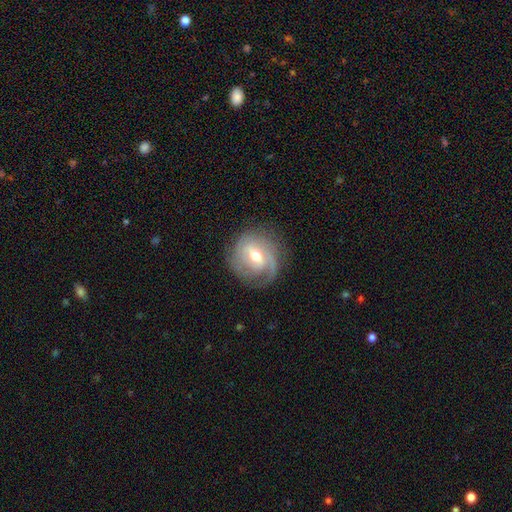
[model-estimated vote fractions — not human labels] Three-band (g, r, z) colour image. It shows a featured or disk galaxy (78%) with a weak bar (53%), 2 (40%) tight (54%) spiral arms (90%) and a moderate central bulge (69%). Merging: none (74%).